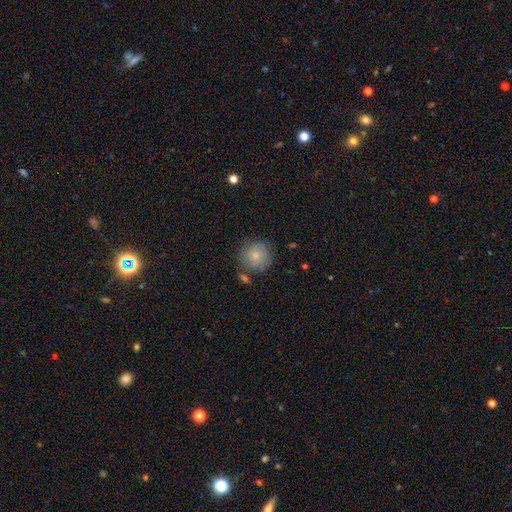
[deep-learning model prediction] Smooth or featured?
  - smooth: 79% *
  - featured or disk: 13%
  - star or artifact: 7%
How rounded?
  - round: 93% *
  - in between: 6%
  - cigar-shaped: 1%
Merging?
  - none: 73% *
  - minor disturbance: 16%
  - merger: 6%
  - major disturbance: 5%